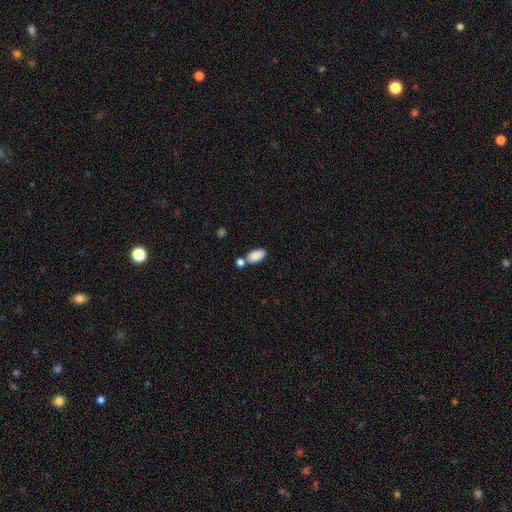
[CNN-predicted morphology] This is clearly a smooth galaxy (87%). How rounded: clearly in between (94%). Merging: possibly none (59%).